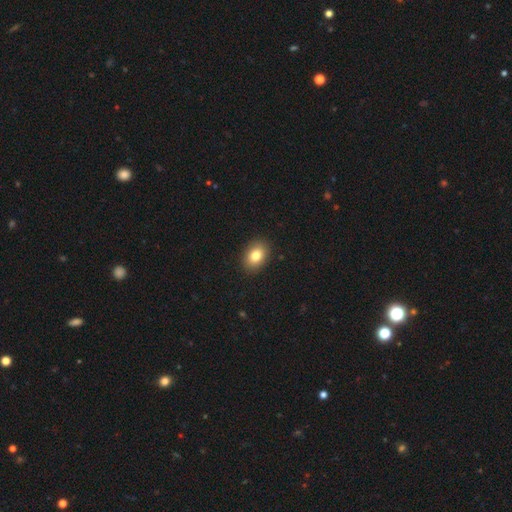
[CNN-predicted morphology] The model was most divided on "how rounded": in between: 76%, round: 23%, cigar-shaped: 1%. More confident: merging — none (90%); smooth or featured — smooth (81%).